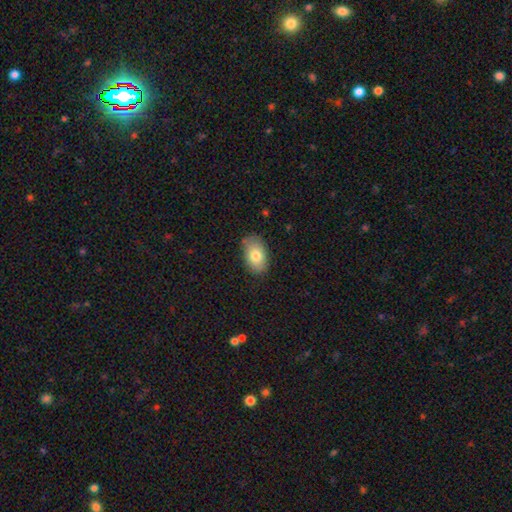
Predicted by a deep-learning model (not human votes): Smooth or featured: smooth — 77% (featured or disk — 15%)
How rounded: in between — 90% (round — 9%)
Merging: none — 80% (minor disturbance — 16%)